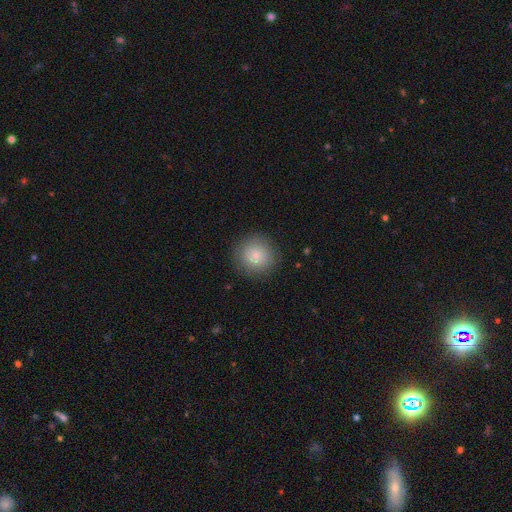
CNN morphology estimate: A smooth galaxy with no disk features (82%) that is round (94%). Merging: none (88%).